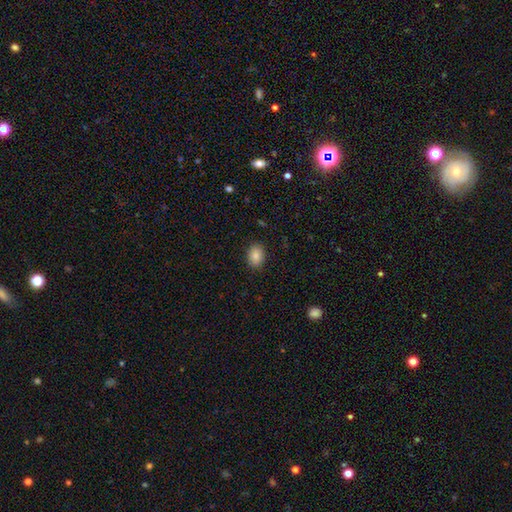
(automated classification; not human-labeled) The model was most divided on "how rounded": in between: 73%, round: 26%, cigar-shaped: 1%. More confident: merging — none (89%); smooth or featured — smooth (87%).